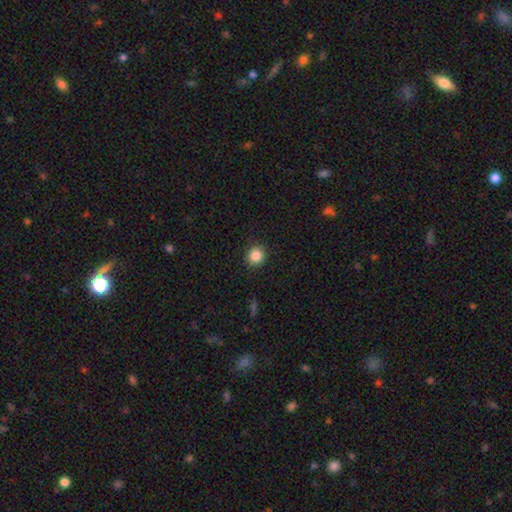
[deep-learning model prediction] Smooth or featured? Predicted: smooth (p=0.86). How rounded? Predicted: round (p=0.89). Merging? Predicted: none (p=0.90).